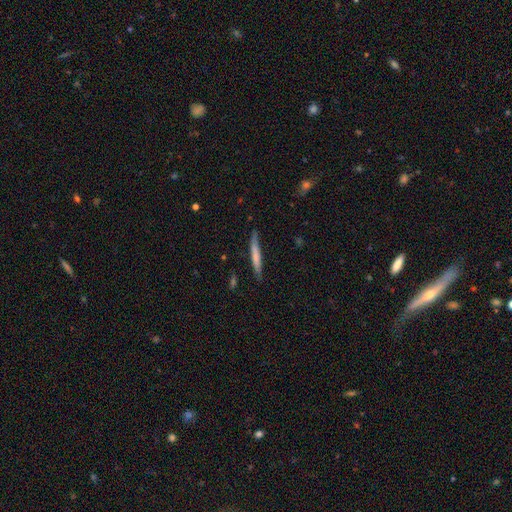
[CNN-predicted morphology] This appears to be a smooth galaxy with no disk features (63%) that is cigar-shaped (96%). Merging: none (84%).